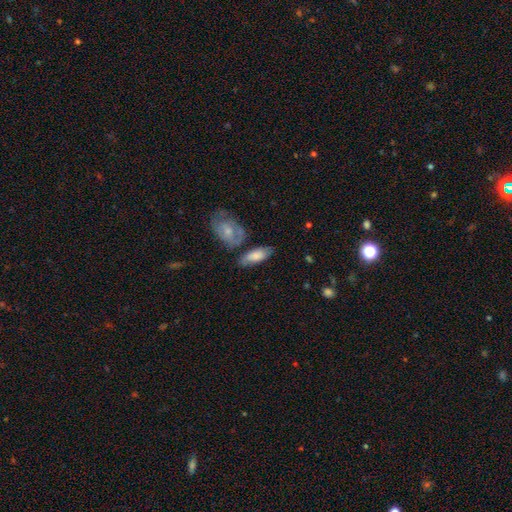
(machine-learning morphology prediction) Smooth or featured: smooth — 69% (featured or disk — 25%)
How rounded: in between — 84% (cigar-shaped — 13%)
Merging: none — 55% (minor disturbance — 23%)